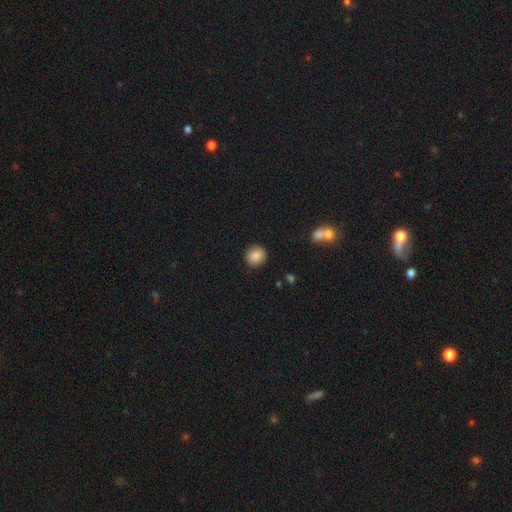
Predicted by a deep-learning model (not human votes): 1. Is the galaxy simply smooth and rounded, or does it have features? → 87% smooth, 8% star or artifact, 5% featured or disk.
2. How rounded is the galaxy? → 86% round, 13% in between, 1% cigar-shaped.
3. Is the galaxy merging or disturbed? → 89% none, 8% minor disturbance, 2% major disturbance, 1% merger.